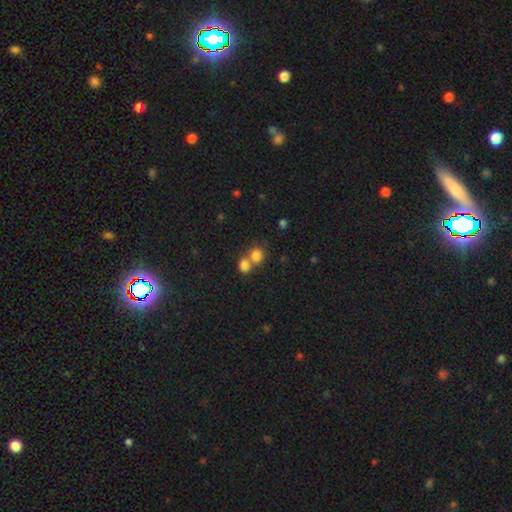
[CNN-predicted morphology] This appears to be a smooth galaxy with no disk features (80%) that is round (69%). Merging: merger (53%).